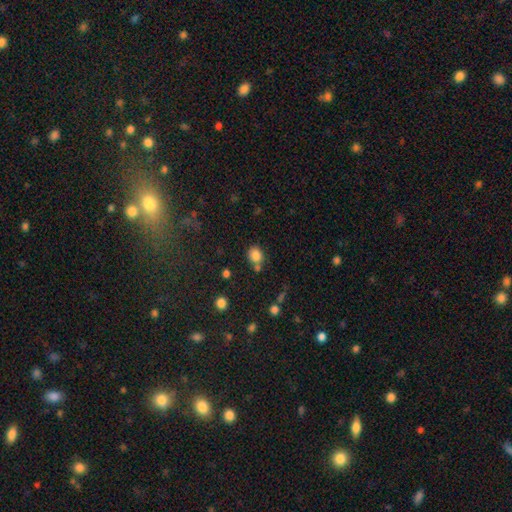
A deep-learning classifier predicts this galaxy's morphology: This appears to be a smooth galaxy with no disk features (83%) that is round (60%). Merging: none (62%).